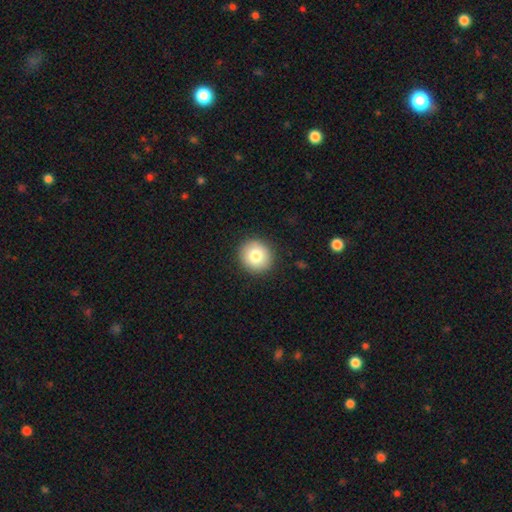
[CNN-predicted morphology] This appears to be a smooth galaxy with no disk features (81%) that is round (91%). Merging: none (91%).